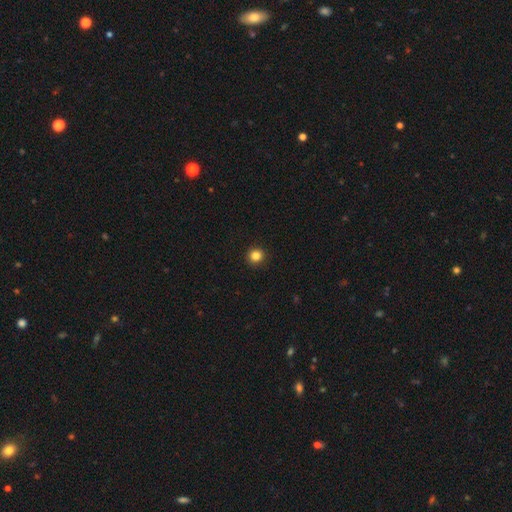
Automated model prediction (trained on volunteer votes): smooth-or-featured: smooth: 85% | star or artifact: 12% | featured or disk: 4%
  how-rounded: round: 94% | in between: 5% | cigar-shaped: 1%
  merging: none: 93% | minor disturbance: 4% | major disturbance: 2% | merger: 1%